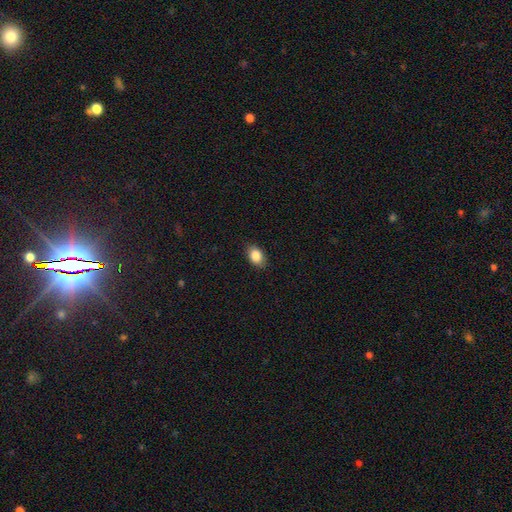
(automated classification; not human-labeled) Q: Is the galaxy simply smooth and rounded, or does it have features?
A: smooth — 87%.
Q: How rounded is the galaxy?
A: in between — 84%.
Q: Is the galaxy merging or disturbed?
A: none — 86%.